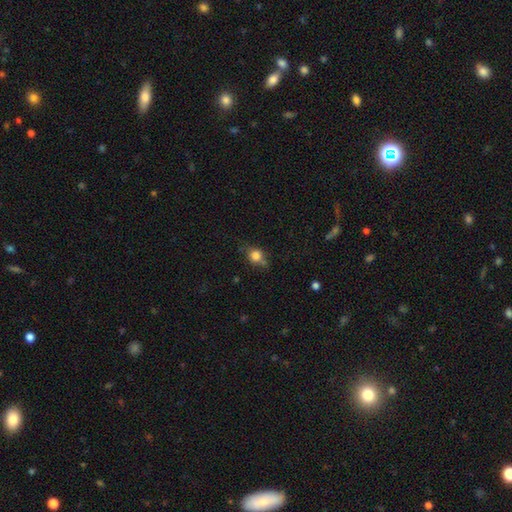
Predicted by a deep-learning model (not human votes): The model was most divided on "merging": none: 61%, minor disturbance: 25%, major disturbance: 8%, merger: 6%. More confident: smooth or featured — smooth (77%); how rounded — round (71%).